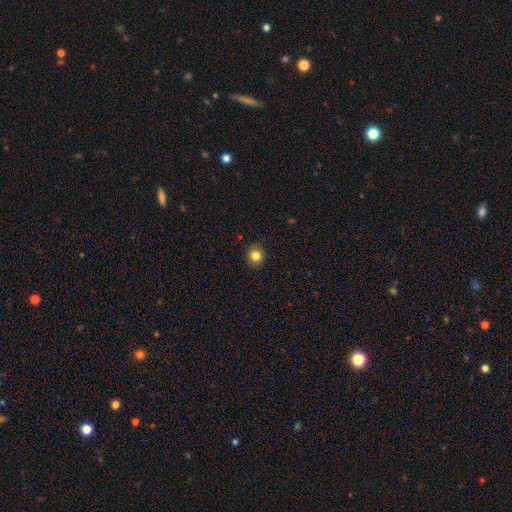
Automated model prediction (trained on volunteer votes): This is clearly a smooth galaxy (83%). How rounded: clearly round (90%). Merging: clearly none (90%).